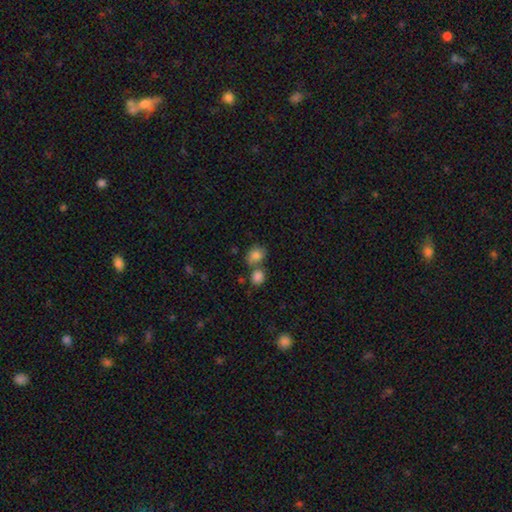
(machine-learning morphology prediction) A smooth galaxy with no disk features (82%) that is round (58%).

Vote fractions:
- Smooth or featured? smooth: 82% / star or artifact: 10% / featured or disk: 8%
- How rounded? round: 58% / in between: 41% / cigar-shaped: 1%
- Merging? none: 50% / merger: 34% / minor disturbance: 11% / major disturbance: 4%